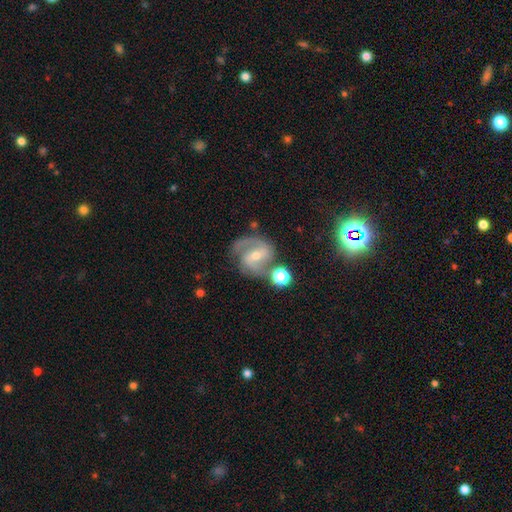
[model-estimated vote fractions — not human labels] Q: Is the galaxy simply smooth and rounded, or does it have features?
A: featured or disk — 84%.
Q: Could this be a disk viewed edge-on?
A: no — 97%.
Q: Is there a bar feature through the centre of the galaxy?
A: weak — 45%.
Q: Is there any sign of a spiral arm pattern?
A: yes — 96%.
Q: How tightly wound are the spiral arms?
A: medium — 55%.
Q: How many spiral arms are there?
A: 2 — 82%.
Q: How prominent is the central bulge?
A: small — 52%.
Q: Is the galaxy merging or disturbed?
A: none — 66%.